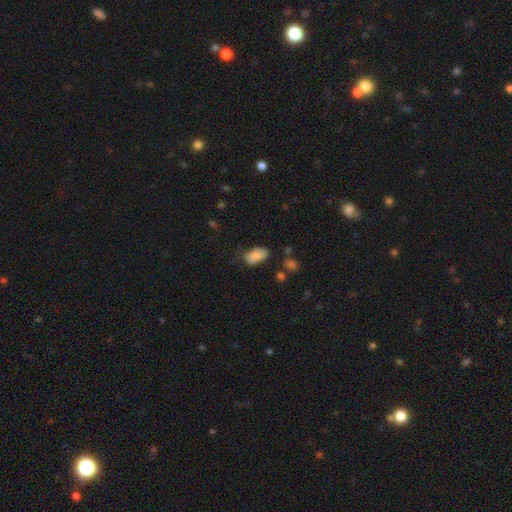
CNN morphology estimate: Smooth or featured? smooth (79%)
How rounded? in between (92%)
Merging? none (54%)